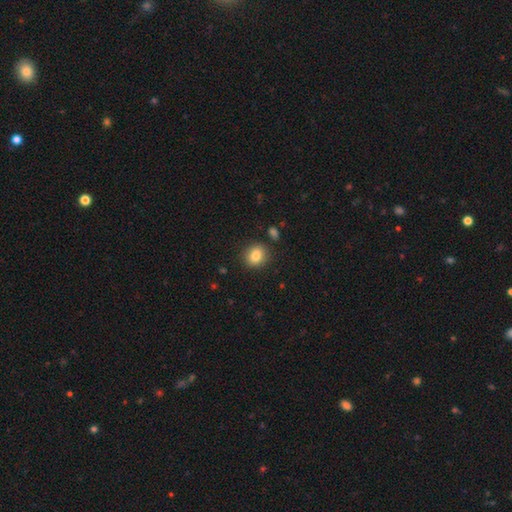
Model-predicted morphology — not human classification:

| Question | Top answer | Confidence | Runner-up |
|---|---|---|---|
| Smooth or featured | smooth | 83% | star or artifact (10%) |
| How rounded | round | 69% | in between (30%) |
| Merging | none | 86% | minor disturbance (9%) |